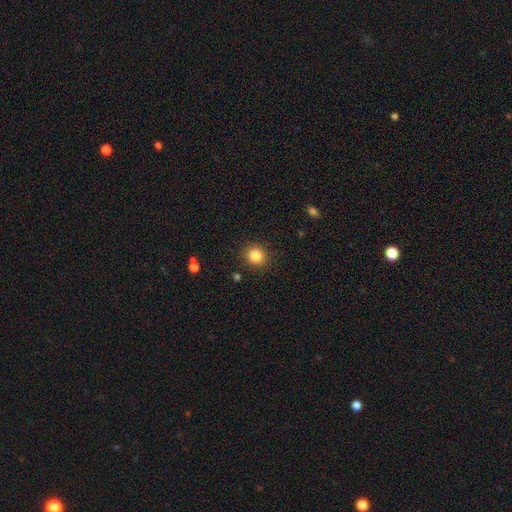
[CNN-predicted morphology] smooth-or-featured: smooth: 85% | star or artifact: 10% | featured or disk: 5%
  how-rounded: round: 88% | in between: 11% | cigar-shaped: 1%
  merging: none: 89% | minor disturbance: 7% | major disturbance: 2% | merger: 1%